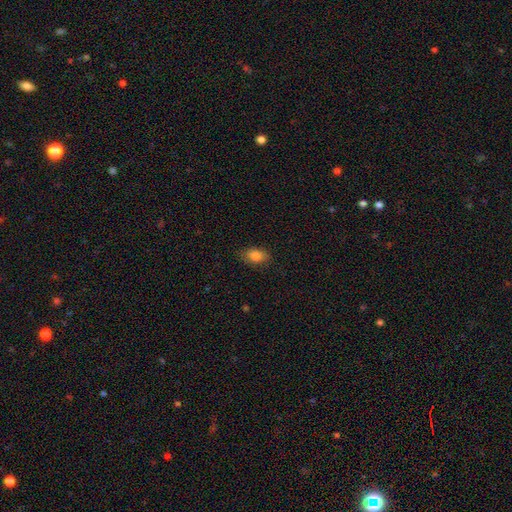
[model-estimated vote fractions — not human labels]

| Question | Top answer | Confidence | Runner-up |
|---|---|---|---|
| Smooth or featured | smooth | 83% | star or artifact (9%) |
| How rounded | in between | 85% | round (12%) |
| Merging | none | 81% | minor disturbance (15%) |